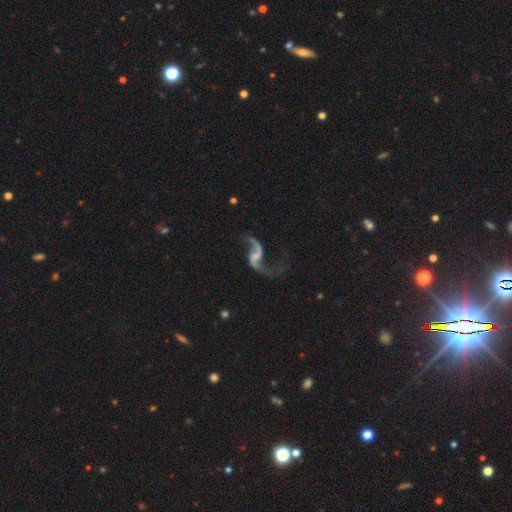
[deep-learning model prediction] A featured or disk galaxy (91%) with no bar (42%, tied with weak), 2 (93%) loose (91%) spiral arms (97%) and no central bulge (46%).

Vote fractions:
- Smooth or featured? featured or disk: 91% / star or artifact: 5% / smooth: 4%
- Edge-on disk? no: 98% / yes: 2%
- Bar? no: 42% (tied) / weak: 42% (tied) / strong: 17%
- Spiral arms? yes: 97% / no: 3%
- Spiral winding? loose: 91% / medium: 7% / tight: 2%
- Spiral arm count? 2: 93% / 1: 3% / can't tell: 1% / 3: 1% / 4: 1% / more than 4: 1%
- Bulge size? none: 46% / small: 35% / moderate: 14% / large: 3% / dominant: 1%
- Merging? none: 66% / major disturbance: 15% / minor disturbance: 15% / merger: 4%